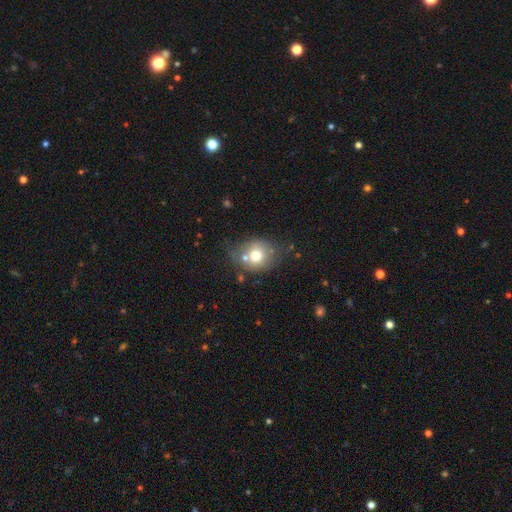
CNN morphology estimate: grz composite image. It shows a smooth galaxy with no disk features (69%) that is round (64%). Merging: none (52%).